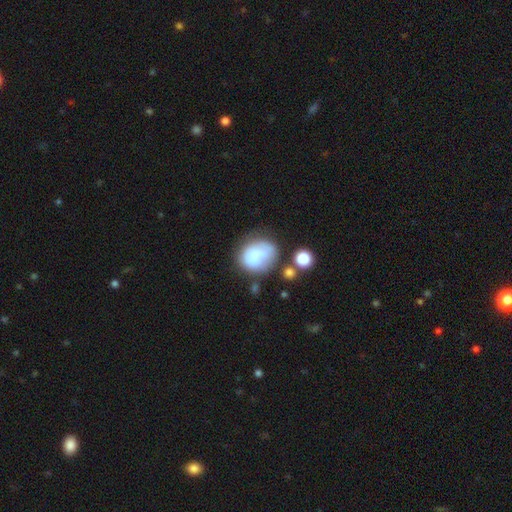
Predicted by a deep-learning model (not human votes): Q: Smooth or featured?
A: smooth (53%); runner-up: featured or disk (38%)
Q: How rounded?
A: round (61%); runner-up: in between (38%)
Q: Merging?
A: none (49%); runner-up: minor disturbance (25%)